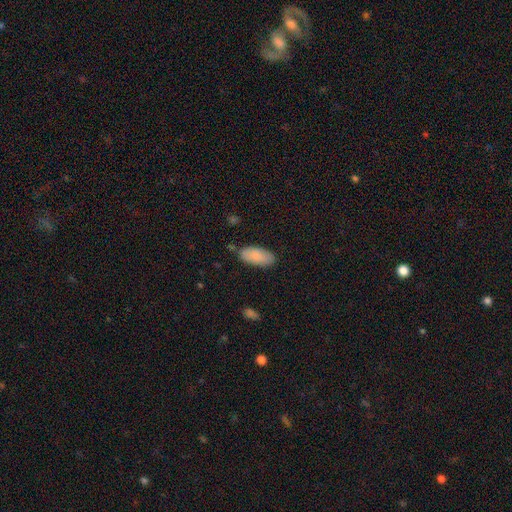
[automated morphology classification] Q: Smooth or featured?
A: smooth (87%); runner-up: featured or disk (7%)
Q: How rounded?
A: in between (90%); runner-up: cigar-shaped (8%)
Q: Merging?
A: none (81%); runner-up: minor disturbance (14%)